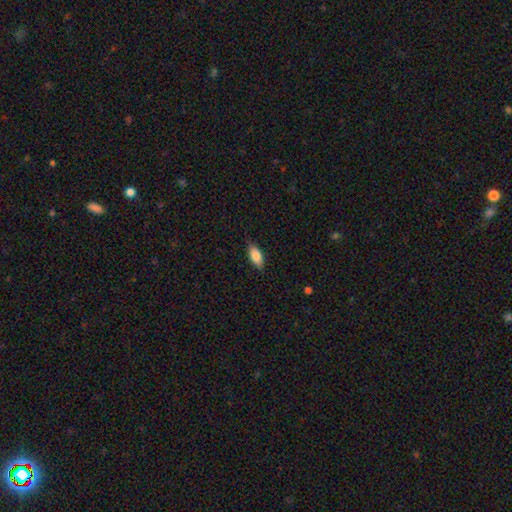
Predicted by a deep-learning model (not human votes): smooth 81%, featured or disk 12%, star or artifact 7%. Down the decision tree: how rounded — in between (86%); merging — none (82%).